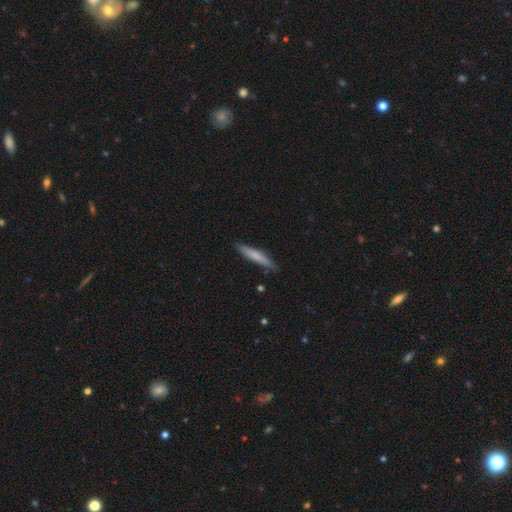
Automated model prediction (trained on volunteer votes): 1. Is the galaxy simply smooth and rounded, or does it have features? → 66% smooth, 28% featured or disk, 6% star or artifact.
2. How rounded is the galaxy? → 93% cigar-shaped, 6% in between, 1% round.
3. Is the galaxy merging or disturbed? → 87% none, 10% minor disturbance, 2% major disturbance, 1% merger.